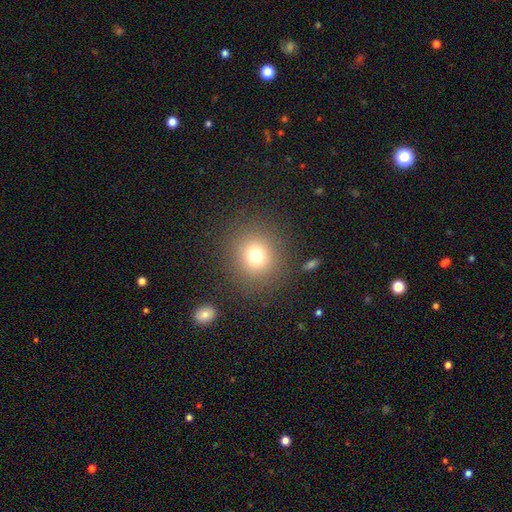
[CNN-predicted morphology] Q: Smooth or featured?
A: smooth (74%); runner-up: star or artifact (16%)
Q: How rounded?
A: round (89%); runner-up: in between (10%)
Q: Merging?
A: none (87%); runner-up: minor disturbance (7%)